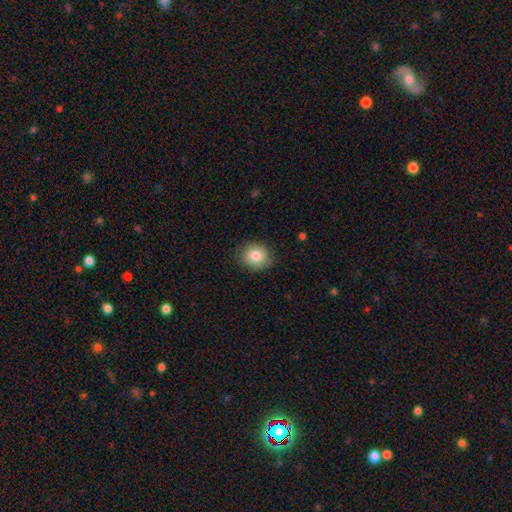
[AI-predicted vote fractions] This appears to be a smooth galaxy with no disk features (83%) that is round (70%). Merging: none (83%).